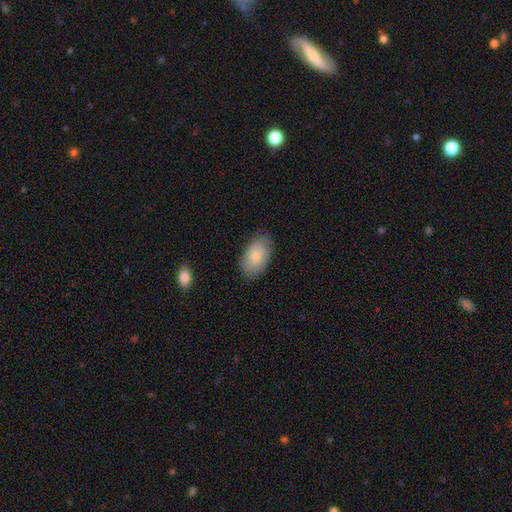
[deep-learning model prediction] Morphology: type=smooth (74%); roundness=in between (92%); merging=none (78%).